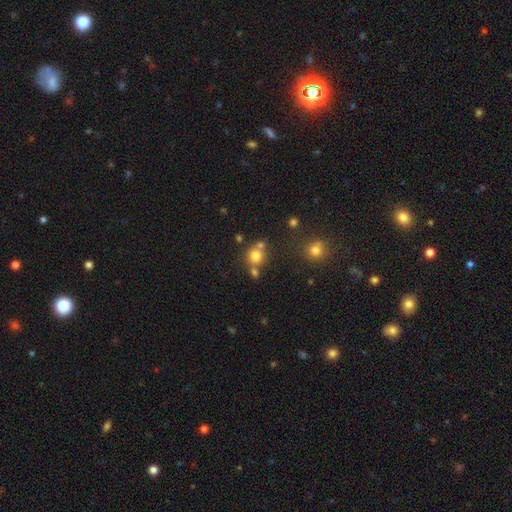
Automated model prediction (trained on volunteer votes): A smooth galaxy with no disk features (76%) that is round (88%).

Vote fractions:
- Smooth or featured? smooth: 76% / star or artifact: 15% / featured or disk: 9%
- How rounded? round: 88% / in between: 11% / cigar-shaped: 1%
- Merging? none: 61% / merger: 26% / minor disturbance: 9% / major disturbance: 4%